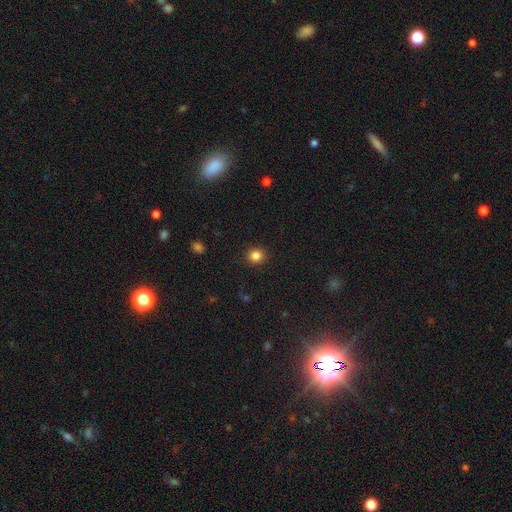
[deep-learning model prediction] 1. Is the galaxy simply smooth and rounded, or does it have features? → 84% smooth, 12% star or artifact, 4% featured or disk.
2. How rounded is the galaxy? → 92% round, 7% in between, 1% cigar-shaped.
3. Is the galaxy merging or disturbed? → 91% none, 6% minor disturbance, 2% major disturbance, 1% merger.